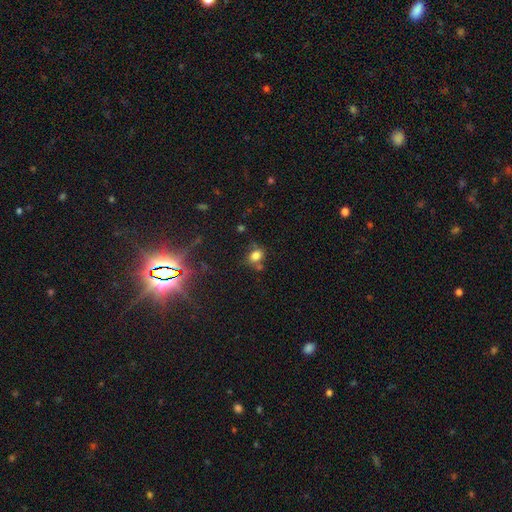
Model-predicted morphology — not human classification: type=smooth (77%); roundness=in between (51%); merging=none (61%).